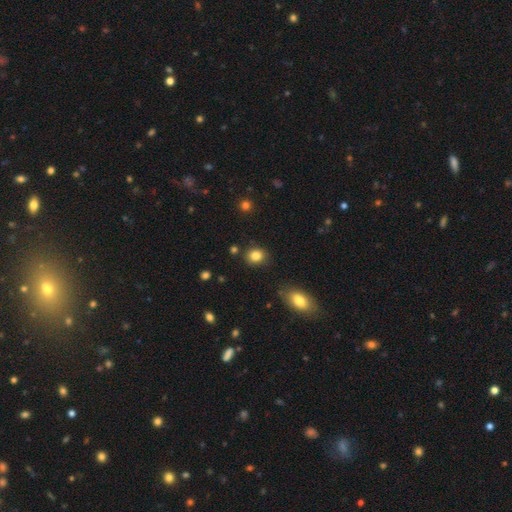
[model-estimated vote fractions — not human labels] smooth 85%, star or artifact 10%, featured or disk 5%. Down the decision tree: how rounded — round (67%); merging — none (84%).